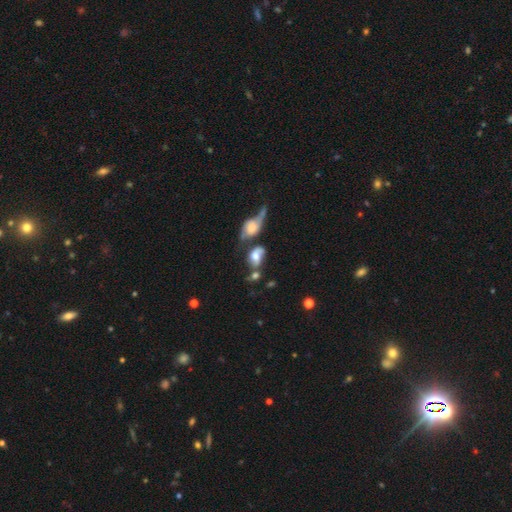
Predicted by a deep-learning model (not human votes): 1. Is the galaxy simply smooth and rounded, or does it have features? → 48% smooth, 41% featured or disk, 10% star or artifact.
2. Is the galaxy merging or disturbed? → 49% merger, 22% none, 17% major disturbance, 13% minor disturbance.